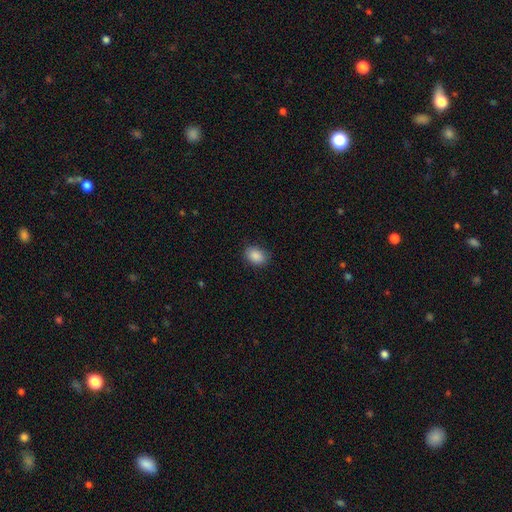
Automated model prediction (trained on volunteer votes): Smooth or featured? Predicted: smooth (p=0.89). How rounded? Predicted: in between (p=0.74). Merging? Predicted: none (p=0.86).